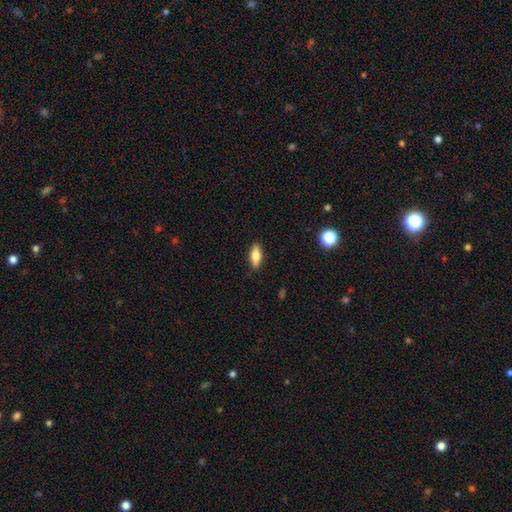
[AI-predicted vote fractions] smooth 70%, featured or disk 23%, star or artifact 7%. Down the decision tree: how rounded — in between (68%); merging — none (88%).